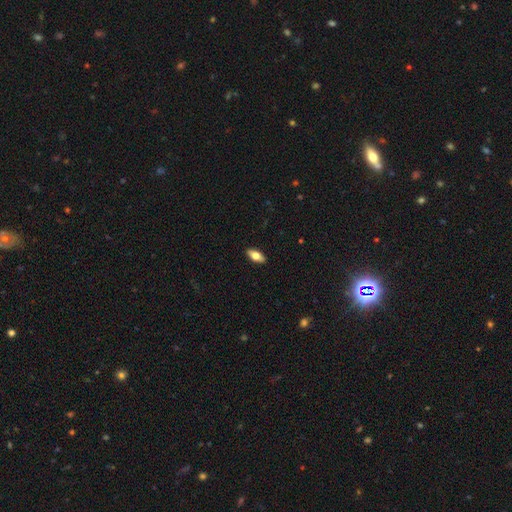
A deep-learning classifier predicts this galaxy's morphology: Smooth or featured?
  - smooth: 70% *
  - featured or disk: 24%
  - star or artifact: 7%
How rounded?
  - in between: 87% *
  - cigar-shaped: 10%
  - round: 3%
Merging?
  - none: 90% *
  - minor disturbance: 8%
  - major disturbance: 2%
  - merger: 1%